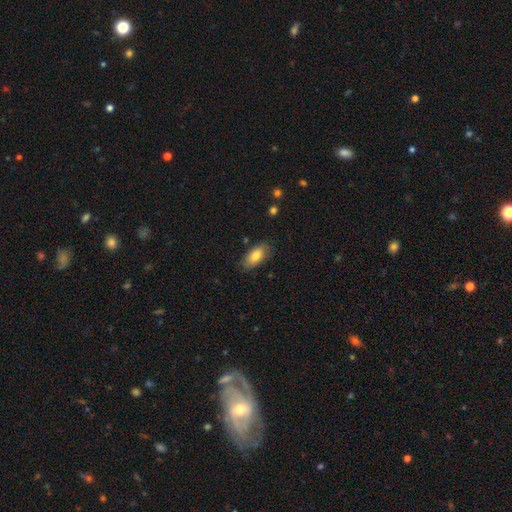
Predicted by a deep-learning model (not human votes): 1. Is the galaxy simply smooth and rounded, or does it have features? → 78% smooth, 15% featured or disk, 6% star or artifact.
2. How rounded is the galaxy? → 91% in between, 5% cigar-shaped, 3% round.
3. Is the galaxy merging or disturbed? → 80% none, 16% minor disturbance, 3% major disturbance, 1% merger.